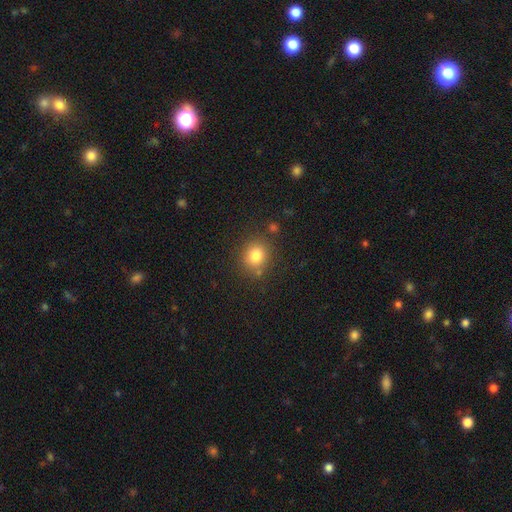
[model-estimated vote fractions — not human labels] Smooth or featured: smooth — 81% (star or artifact — 12%)
How rounded: round — 78% (in between — 21%)
Merging: none — 80% (minor disturbance — 11%)